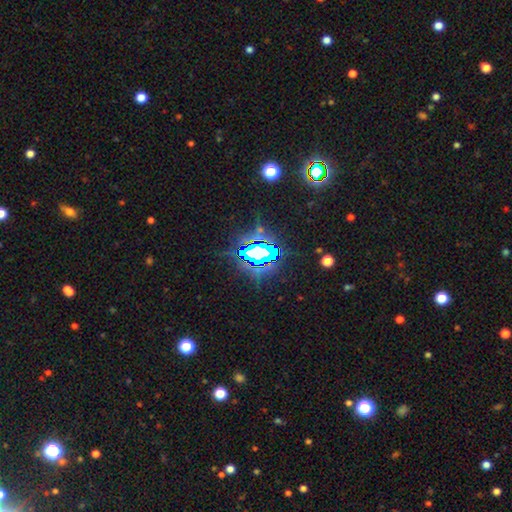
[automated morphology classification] Smooth or featured?
  - star or artifact: 72% *
  - featured or disk: 15%
  - smooth: 13%